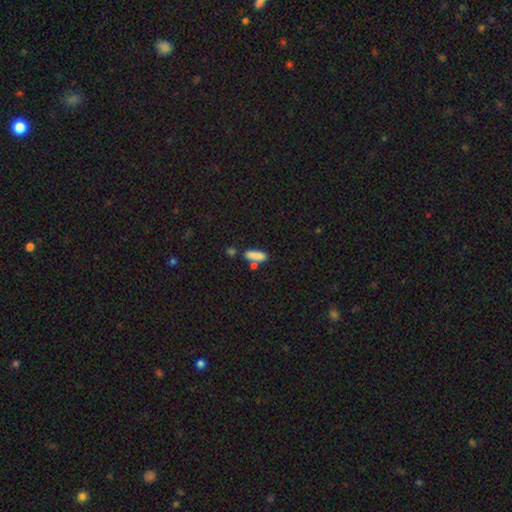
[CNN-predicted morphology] This appears to be a smooth galaxy with no disk features (84%) that is in between round and cigar-shaped (49%). Merging: none (61%).